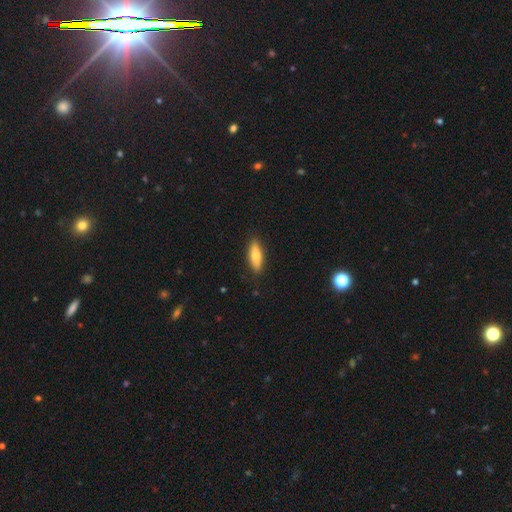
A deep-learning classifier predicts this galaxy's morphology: Smooth or featured? smooth (75%)
How rounded? in between (56%)
Merging? none (88%)